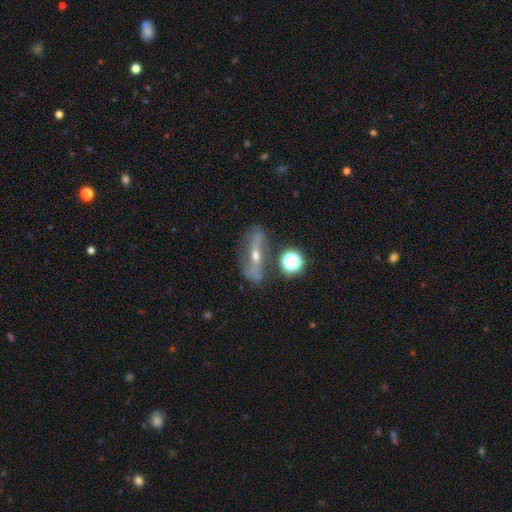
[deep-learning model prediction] smooth-or-featured: featured or disk: 69% | smooth: 18% | star or artifact: 13%
  disk-edge-on: no: 68% | yes: 32%
  merging: none: 69% | minor disturbance: 15% | major disturbance: 8% | merger: 7%